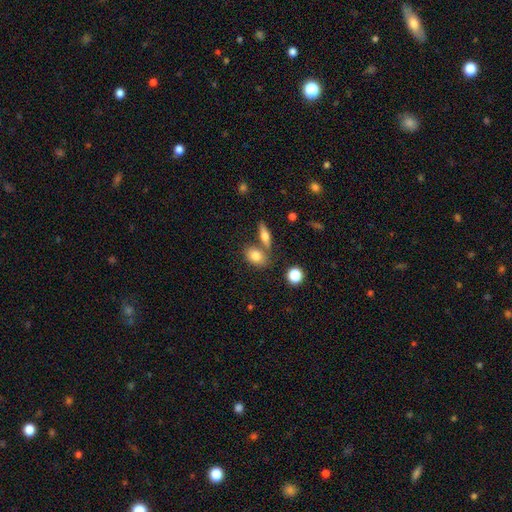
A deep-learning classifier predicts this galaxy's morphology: smooth 78%, featured or disk 14%, star or artifact 9%. Down the decision tree: how rounded — in between (75%); merging — none (60%).